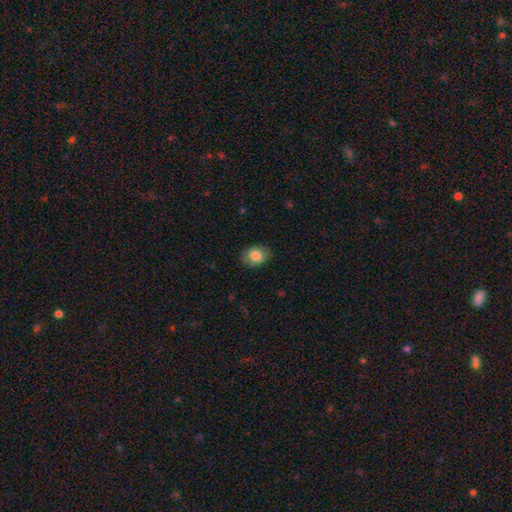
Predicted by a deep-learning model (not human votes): Morphology: type=smooth (81%); roundness=in between (56%); merging=none (81%).